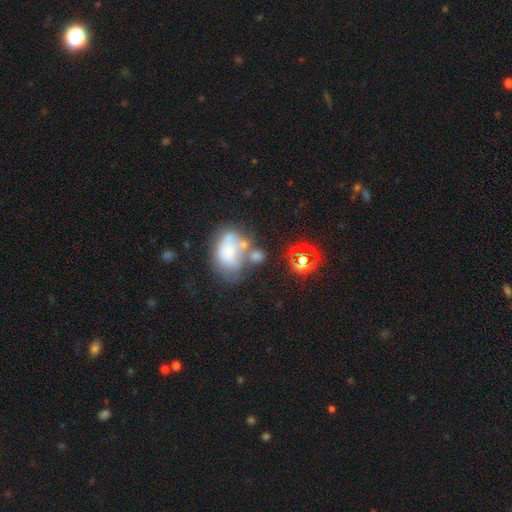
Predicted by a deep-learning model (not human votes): Morphology: type=smooth (50%); merging=merger (29%, tied with none).